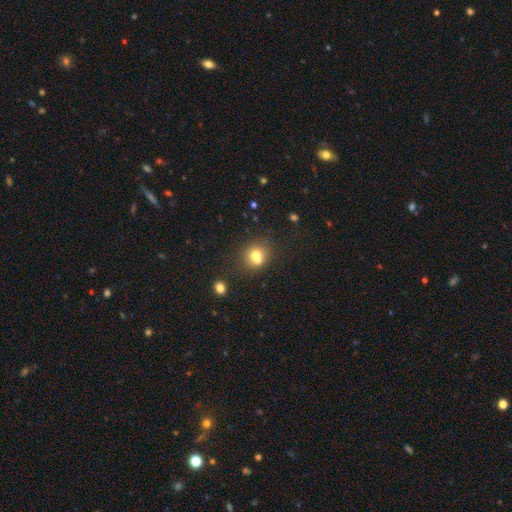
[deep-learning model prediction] smooth-or-featured: smooth: 69% | featured or disk: 18% | star or artifact: 13%
  how-rounded: round: 74% | in between: 24% | cigar-shaped: 1%
  merging: none: 50% | merger: 34% | minor disturbance: 12% | major disturbance: 4%